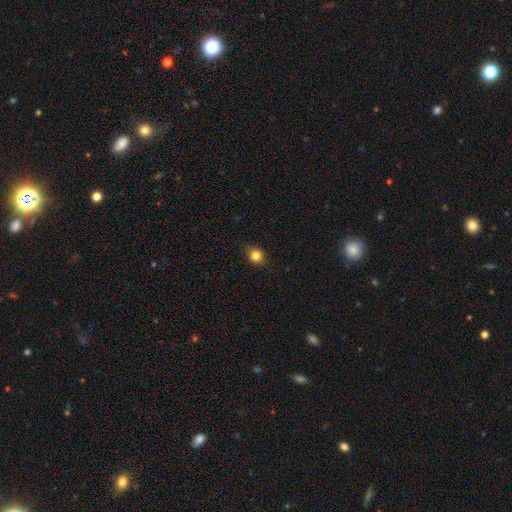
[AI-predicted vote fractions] This appears to be a smooth galaxy with no disk features (82%) that is round (74%). Merging: none (85%).